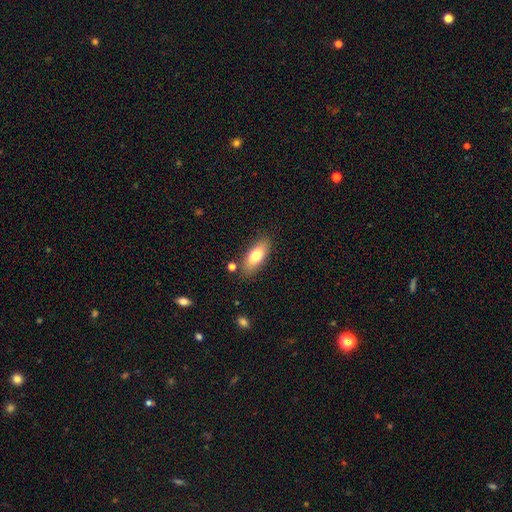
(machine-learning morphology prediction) smooth_or_featured: smooth (p=0.74) [alt: featured or disk p=0.19]
how_rounded: in between (p=0.78) [alt: cigar-shaped p=0.19]
merging: none (p=0.81) [alt: minor disturbance p=0.12]